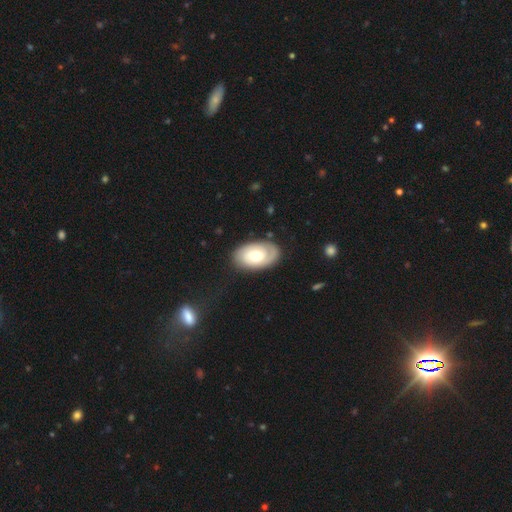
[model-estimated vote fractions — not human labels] Smooth or featured? Predicted: featured or disk (p=0.62). Edge-on disk? Predicted: no (p=0.94). Bar? Predicted: no (p=0.73). Spiral arms? Predicted: yes (p=0.74). Bulge size? Predicted: moderate (p=0.70). Merging? Predicted: none (p=0.81).